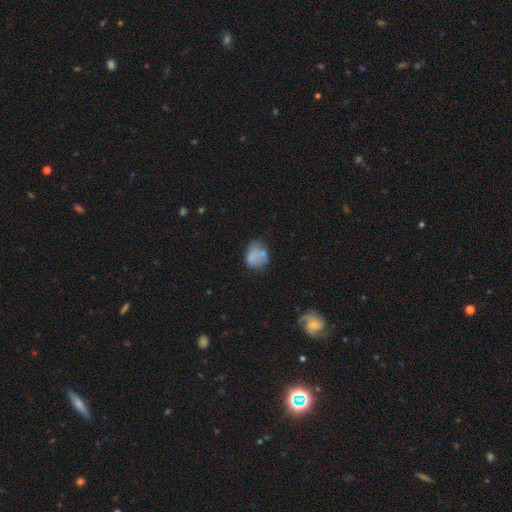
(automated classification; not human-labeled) Morphology: type=smooth (69%); roundness=round (55%); merging=none (47%).